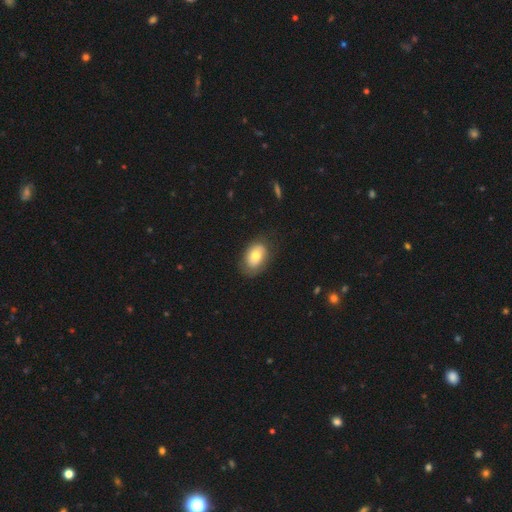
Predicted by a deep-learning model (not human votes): Smooth or featured?
  - smooth: 75% *
  - featured or disk: 18%
  - star or artifact: 7%
How rounded?
  - in between: 84% *
  - round: 14%
  - cigar-shaped: 1%
Merging?
  - none: 78% *
  - minor disturbance: 16%
  - major disturbance: 5%
  - merger: 1%